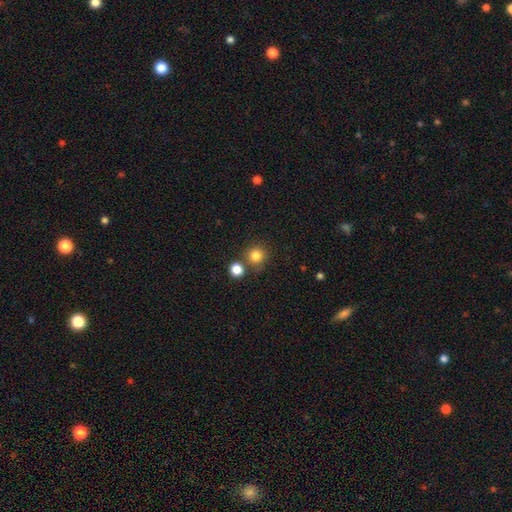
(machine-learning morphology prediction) The model was most divided on "merging": none: 74%, merger: 15%, minor disturbance: 9%, major disturbance: 3%. More confident: how rounded — round (93%); smooth or featured — smooth (82%).